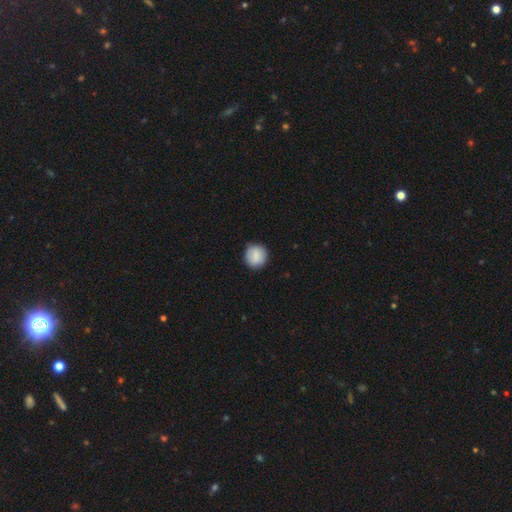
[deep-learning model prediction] Smooth or featured? smooth (84%)
How rounded? round (89%)
Merging? none (86%)